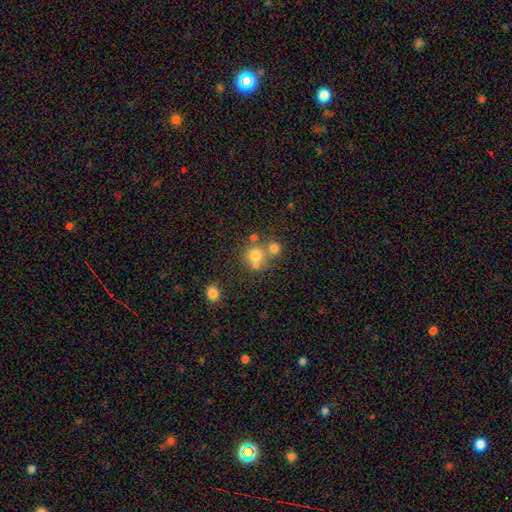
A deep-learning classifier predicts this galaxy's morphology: smooth 70%, featured or disk 15%, star or artifact 15%. Down the decision tree: how rounded — round (85%); merging — none (50%).